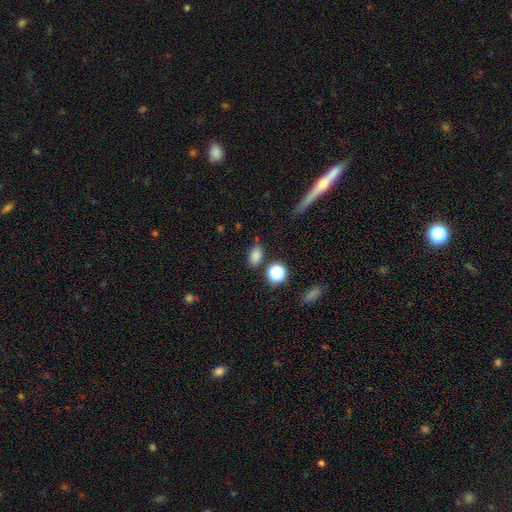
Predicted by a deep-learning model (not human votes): Smooth or featured? Predicted: smooth (p=0.80). How rounded? Predicted: in between (p=0.82). Merging? Predicted: none (p=0.80).